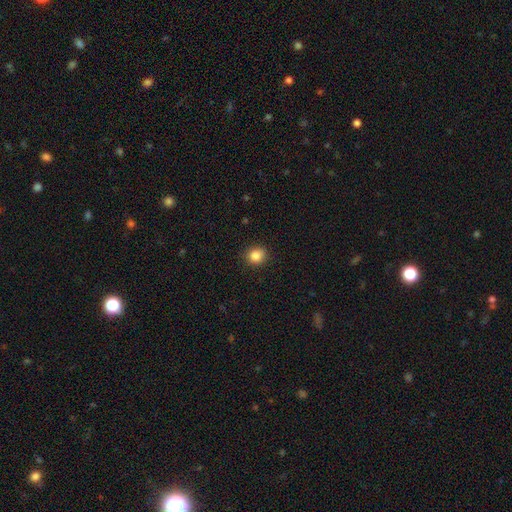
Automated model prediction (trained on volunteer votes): Q: Smooth or featured?
A: smooth (85%); runner-up: star or artifact (10%)
Q: How rounded?
A: round (81%); runner-up: in between (18%)
Q: Merging?
A: none (90%); runner-up: minor disturbance (7%)